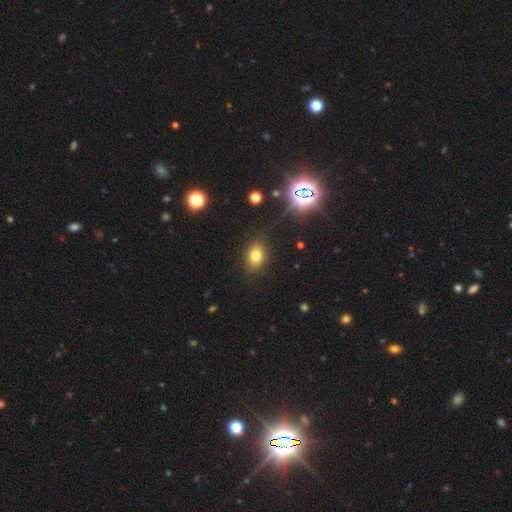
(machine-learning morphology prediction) This appears to be a smooth galaxy with no disk features (74%) that is in between round and cigar-shaped (71%). Merging: none (83%).